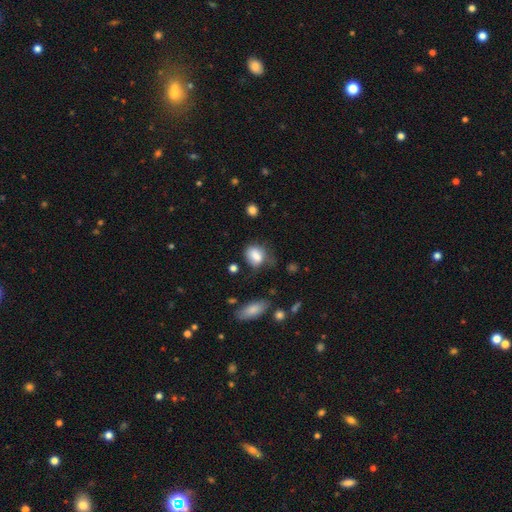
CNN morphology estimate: The model was most divided on "merging": none: 47%, minor disturbance: 33%, major disturbance: 16%, merger: 5%. More confident: smooth or featured — smooth (80%); how rounded — in between (70%).